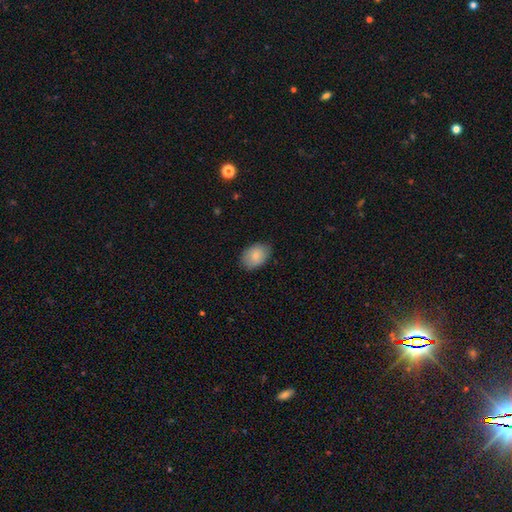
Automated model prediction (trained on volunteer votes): Smooth or featured?
  - smooth: 83% *
  - featured or disk: 11%
  - star or artifact: 7%
How rounded?
  - in between: 81% *
  - round: 18%
  - cigar-shaped: 1%
Merging?
  - none: 82% *
  - minor disturbance: 15%
  - major disturbance: 3%
  - merger: 1%